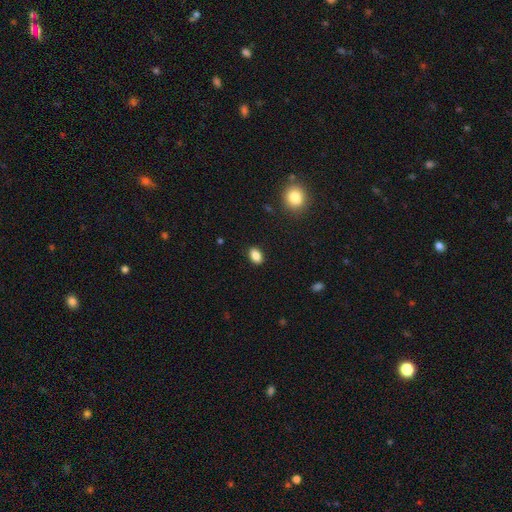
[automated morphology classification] smooth_or_featured: smooth (p=0.86) [alt: star or artifact p=0.09]
how_rounded: in between (p=0.85) [alt: round p=0.13]
merging: none (p=0.89) [alt: minor disturbance p=0.08]